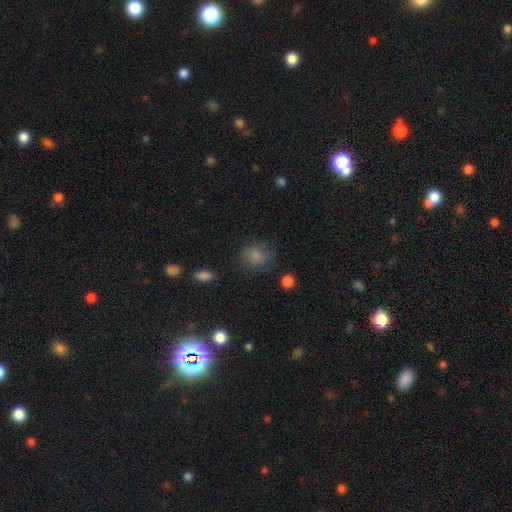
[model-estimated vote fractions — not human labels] A smooth galaxy with no disk features (83%) that is round (72%).

Vote fractions:
- Smooth or featured? smooth: 83% / star or artifact: 11% / featured or disk: 6%
- How rounded? round: 72% / in between: 27% / cigar-shaped: 1%
- Merging? none: 75% / minor disturbance: 16% / major disturbance: 6% / merger: 2%